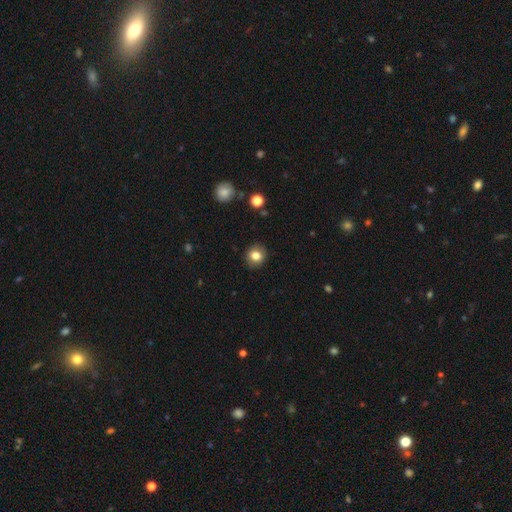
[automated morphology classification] Smooth or featured?
  - smooth: 81% *
  - star or artifact: 10%
  - featured or disk: 9%
How rounded?
  - round: 82% *
  - in between: 17%
  - cigar-shaped: 1%
Merging?
  - none: 88% *
  - minor disturbance: 8%
  - major disturbance: 2%
  - merger: 1%